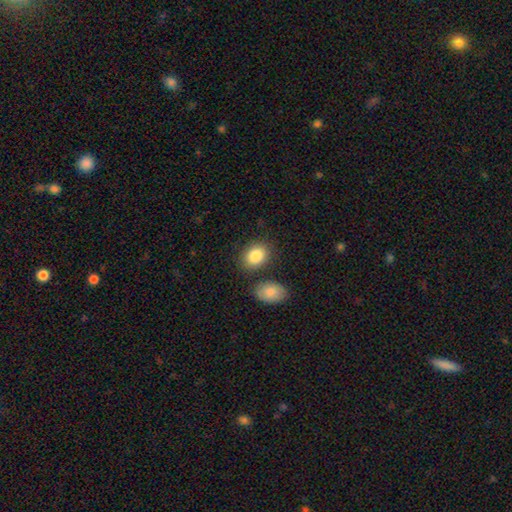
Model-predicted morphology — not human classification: Smooth or featured?
  - smooth: 86% *
  - star or artifact: 7%
  - featured or disk: 6%
How rounded?
  - in between: 68% *
  - round: 31%
  - cigar-shaped: 1%
Merging?
  - none: 74% *
  - minor disturbance: 12%
  - merger: 11%
  - major disturbance: 3%